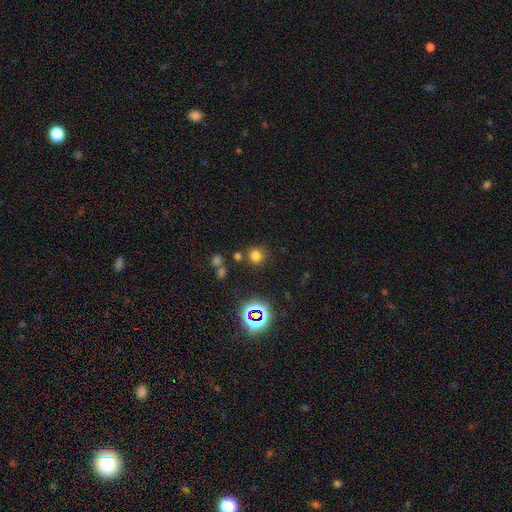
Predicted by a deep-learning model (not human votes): The model was most divided on "smooth or featured": smooth: 71%, star or artifact: 23%, featured or disk: 6%. More confident: how rounded — round (90%); merging — none (81%).